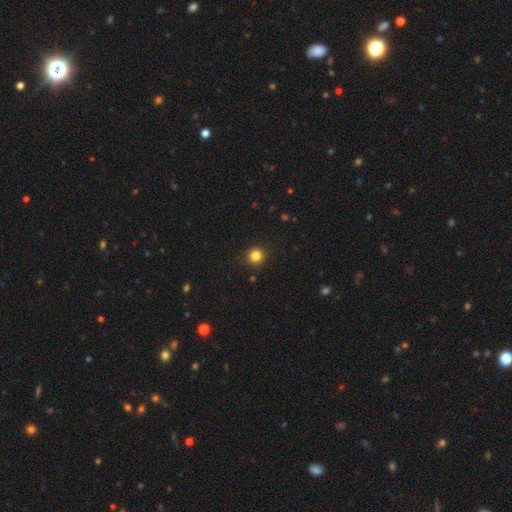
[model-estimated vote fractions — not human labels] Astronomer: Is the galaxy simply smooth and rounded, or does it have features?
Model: smooth — 83%.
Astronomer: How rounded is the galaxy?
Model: round — 94%.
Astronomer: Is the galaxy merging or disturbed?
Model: none — 92%.